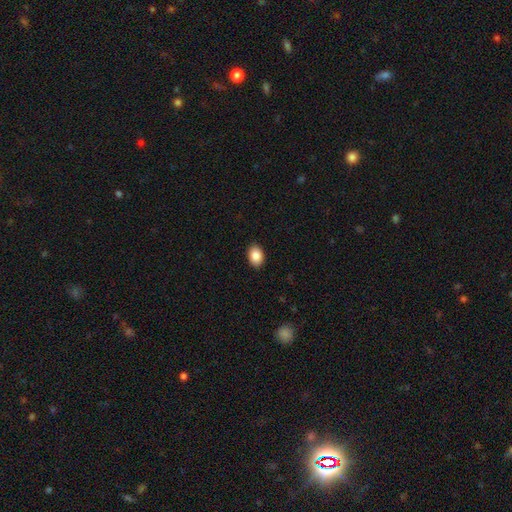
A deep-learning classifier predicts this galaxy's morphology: Overall: smooth (88%). How rounded: in between (84%). Merging: none (90%).